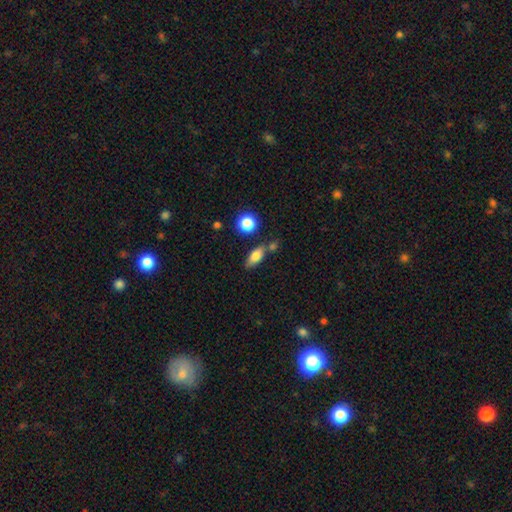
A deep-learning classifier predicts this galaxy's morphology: smooth-or-featured: smooth: 76% | featured or disk: 15% | star or artifact: 8%
  how-rounded: in between: 75% | cigar-shaped: 17% | round: 8%
  merging: none: 67% | minor disturbance: 15% | merger: 13% | major disturbance: 4%